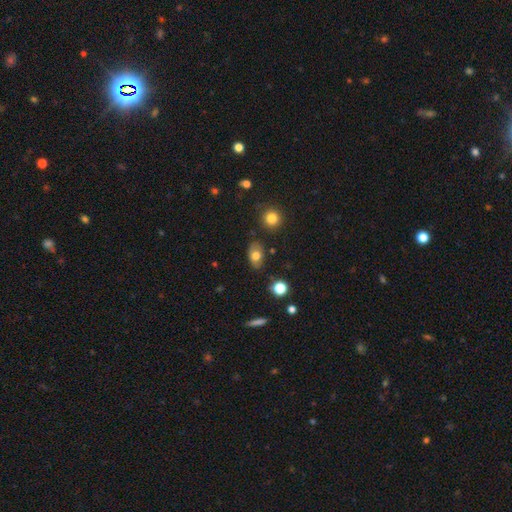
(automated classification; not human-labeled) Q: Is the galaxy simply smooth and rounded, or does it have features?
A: smooth — 71%.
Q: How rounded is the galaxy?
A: in between — 85%.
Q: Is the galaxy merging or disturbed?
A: none — 79%.